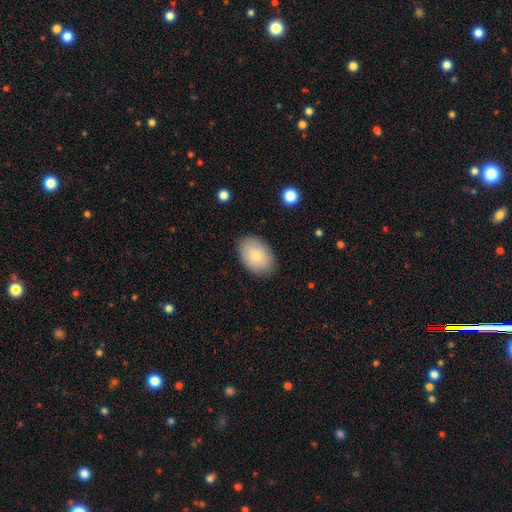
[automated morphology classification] smooth 80%, featured or disk 13%, star or artifact 7%. Down the decision tree: how rounded — in between (87%); merging — none (86%).